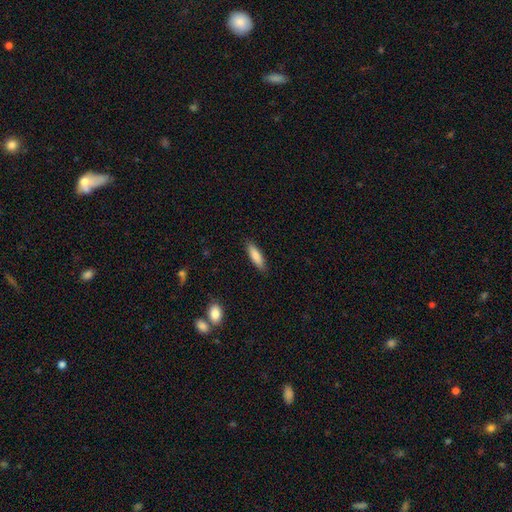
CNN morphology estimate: smooth_or_featured: smooth (p=0.84) [alt: featured or disk p=0.10]
how_rounded: cigar-shaped (p=0.60) [alt: in between p=0.38]
merging: none (p=0.88) [alt: minor disturbance p=0.09]